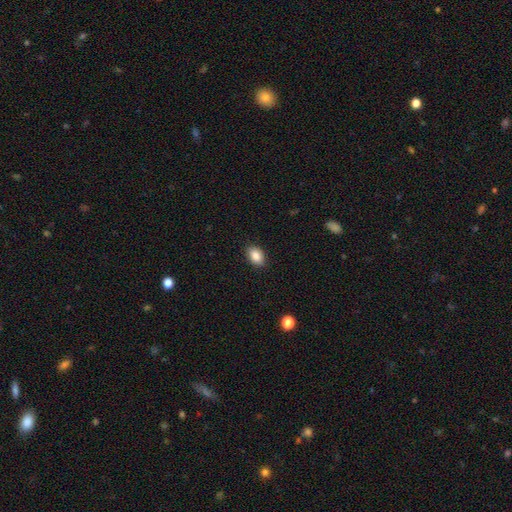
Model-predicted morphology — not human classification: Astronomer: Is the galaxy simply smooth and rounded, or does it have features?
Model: smooth — 88%.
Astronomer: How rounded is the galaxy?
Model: in between — 86%.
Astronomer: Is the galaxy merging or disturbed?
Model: none — 89%.